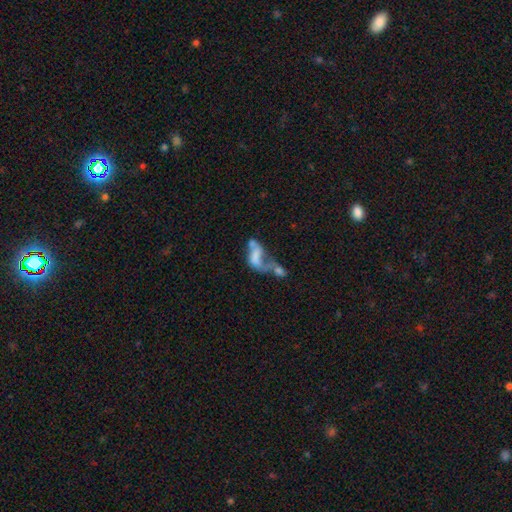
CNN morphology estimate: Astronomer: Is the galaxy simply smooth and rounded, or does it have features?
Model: featured or disk — 50% (runner-up: smooth, 39%).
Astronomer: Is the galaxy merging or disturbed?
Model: merger — 60%.